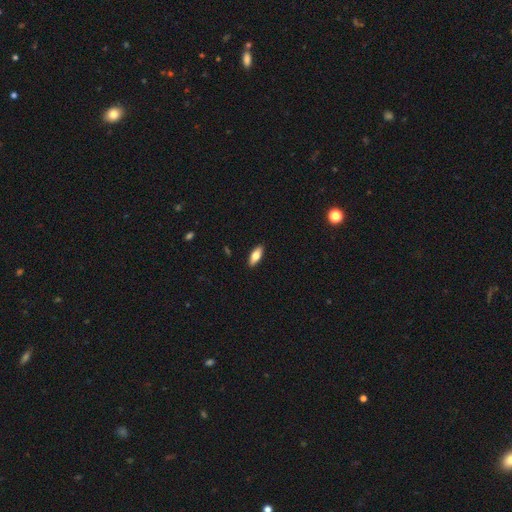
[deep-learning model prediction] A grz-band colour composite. It shows a smooth galaxy with no disk features (75%) that is in between round and cigar-shaped (79%). Merging: none (90%).